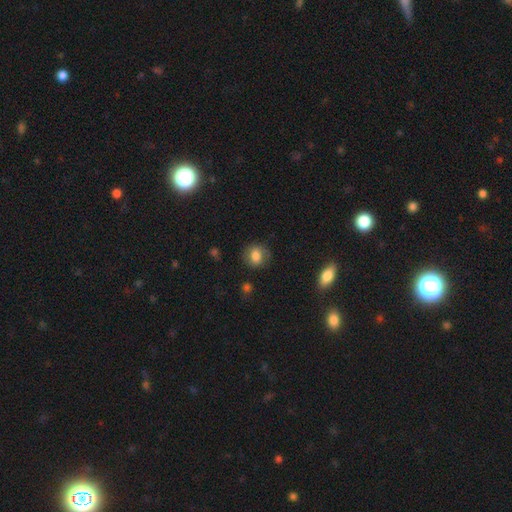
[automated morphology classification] Smooth or featured: smooth — 77% (featured or disk — 13%)
How rounded: round — 65% (in between — 33%)
Merging: none — 77% (minor disturbance — 16%)